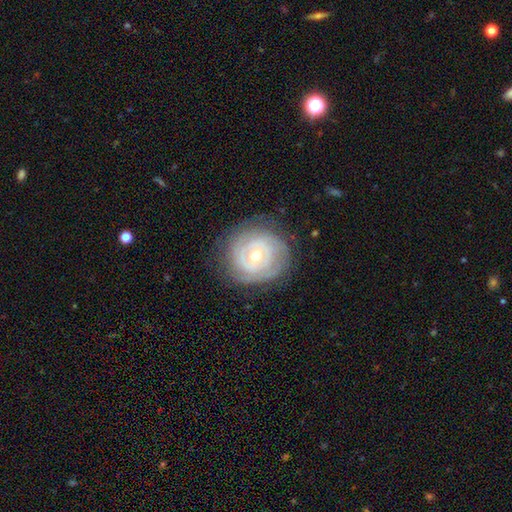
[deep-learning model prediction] Smooth or featured? Predicted: featured or disk (p=0.80). Edge-on disk? Predicted: no (p=0.97). Bar? Predicted: no (p=0.63). Spiral arms? Predicted: yes (p=0.84). Spiral winding? Predicted: tight (p=0.80). Spiral arm count? Predicted: can't tell (p=0.40). Bulge size? Predicted: moderate (p=0.56). Merging? Predicted: none (p=0.78).